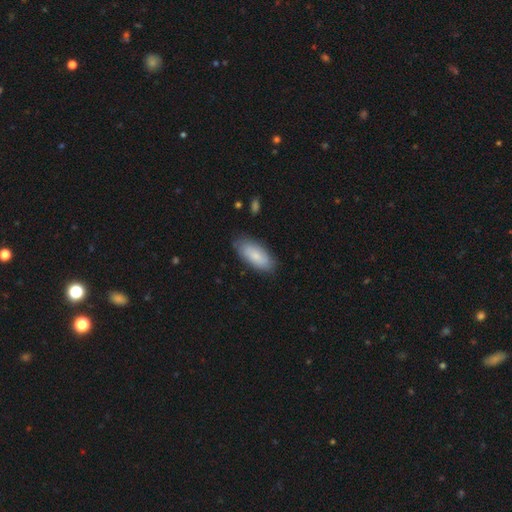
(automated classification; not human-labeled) This is likely a smooth galaxy (75%). How rounded: clearly in between (86%). Merging: clearly none (80%).